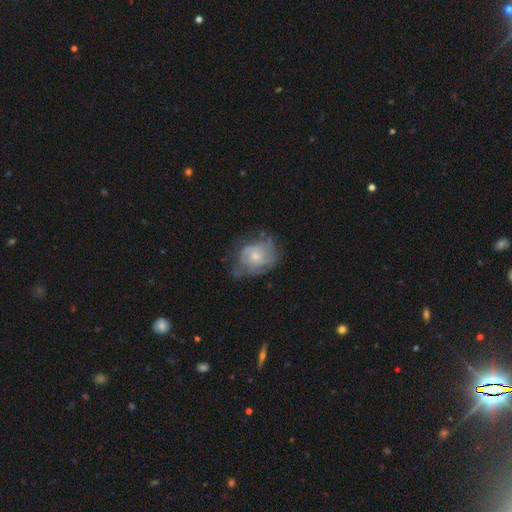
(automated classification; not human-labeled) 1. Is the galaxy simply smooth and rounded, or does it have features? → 74% featured or disk, 20% smooth, 6% star or artifact.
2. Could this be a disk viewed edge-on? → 98% no, 2% yes.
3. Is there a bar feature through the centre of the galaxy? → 75% no, 23% weak, 3% strong.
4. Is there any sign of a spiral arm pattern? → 87% yes, 13% no.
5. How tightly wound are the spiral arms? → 56% tight, 34% medium, 10% loose.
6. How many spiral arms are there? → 37% can't tell, 29% 2, 19% 3, 7% 4, 5% 1, 4% more than 4.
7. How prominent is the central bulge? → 51% small, 42% moderate, 3% none, 3% large, 1% dominant.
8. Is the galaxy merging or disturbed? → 56% none, 27% minor disturbance, 15% major disturbance, 2% merger.